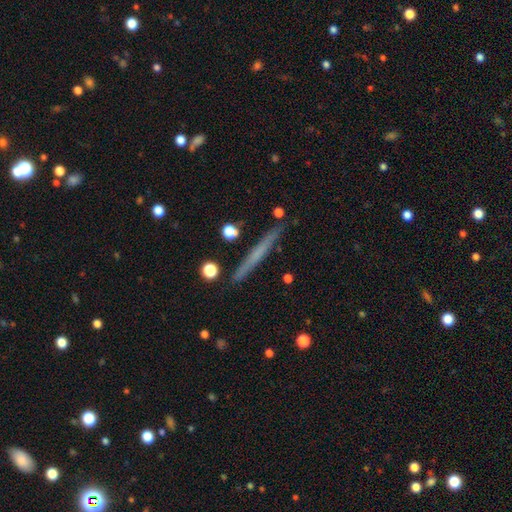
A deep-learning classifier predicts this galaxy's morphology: smooth-or-featured: smooth: 49% | featured or disk: 44% | star or artifact: 7%
  merging: none: 89% | minor disturbance: 7% | merger: 2% | major disturbance: 2%